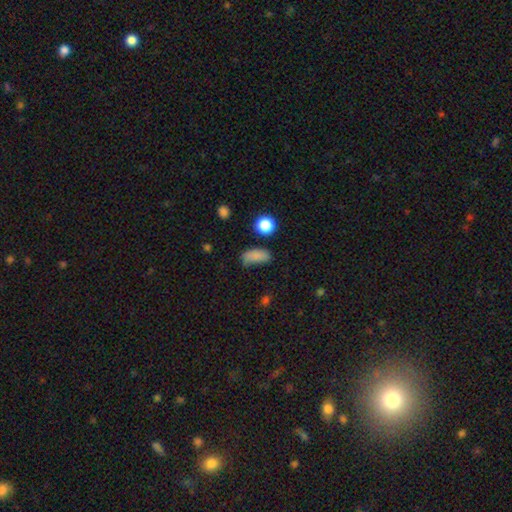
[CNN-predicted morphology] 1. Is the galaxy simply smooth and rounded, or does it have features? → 79% smooth, 13% star or artifact, 8% featured or disk.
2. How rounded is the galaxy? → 77% in between, 13% cigar-shaped, 9% round.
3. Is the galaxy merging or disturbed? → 53% none, 30% minor disturbance, 13% major disturbance, 5% merger.